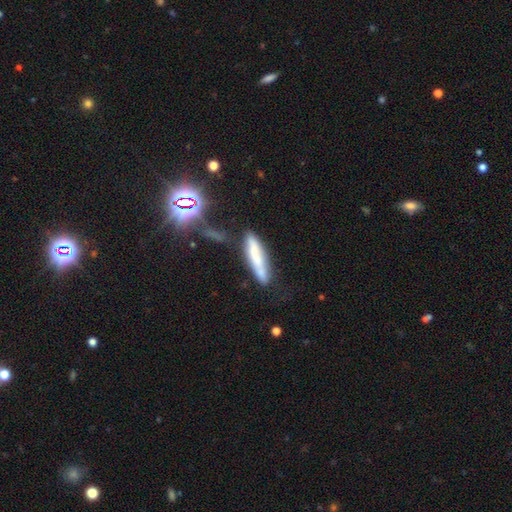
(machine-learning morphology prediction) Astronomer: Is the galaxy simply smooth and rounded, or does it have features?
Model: smooth — 57%.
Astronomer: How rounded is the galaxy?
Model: cigar-shaped — 84%.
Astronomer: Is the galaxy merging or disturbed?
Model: none — 59%.